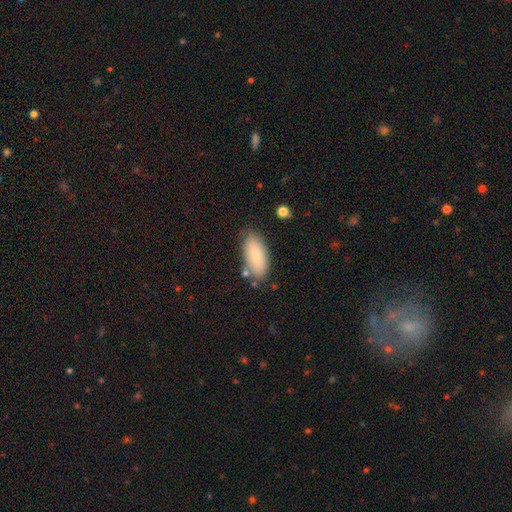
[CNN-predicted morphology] Q: Smooth or featured?
A: smooth (78%); runner-up: featured or disk (15%)
Q: How rounded?
A: in between (89%); runner-up: cigar-shaped (9%)
Q: Merging?
A: none (76%); runner-up: minor disturbance (16%)